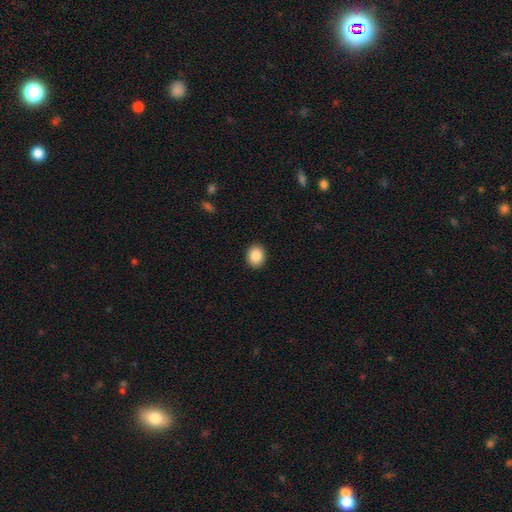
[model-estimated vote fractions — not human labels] Overall: smooth (86%). How rounded: round (52%; in between 47%). Merging: none (91%).